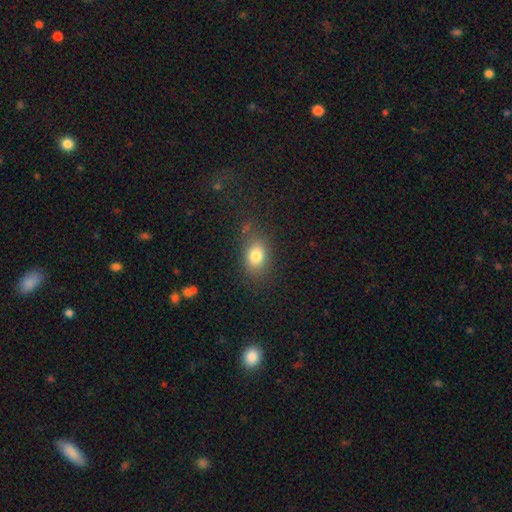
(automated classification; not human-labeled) Q: Smooth or featured?
A: smooth (80%); runner-up: star or artifact (11%)
Q: How rounded?
A: in between (69%); runner-up: round (30%)
Q: Merging?
A: none (77%); runner-up: minor disturbance (15%)